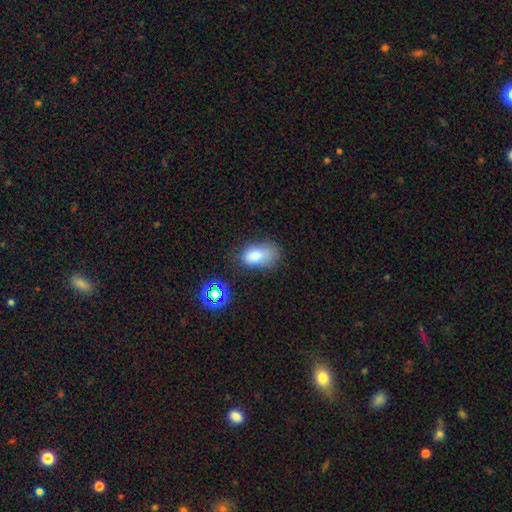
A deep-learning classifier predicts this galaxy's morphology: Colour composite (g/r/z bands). It shows a smooth galaxy with no disk features (78%) that is in between round and cigar-shaped (90%). Merging: none (52%).